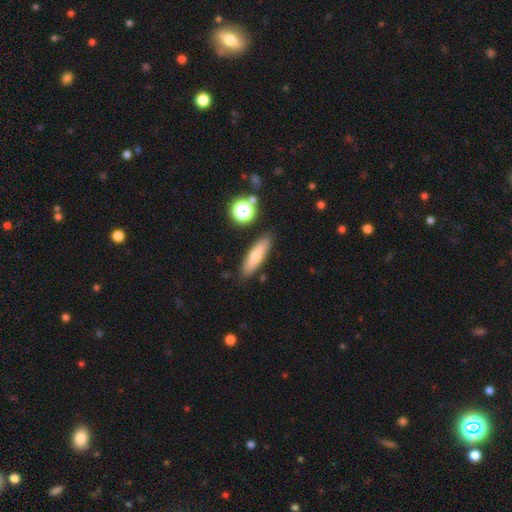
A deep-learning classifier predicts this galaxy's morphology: type=smooth (71%); roundness=cigar-shaped (65%); merging=none (85%).